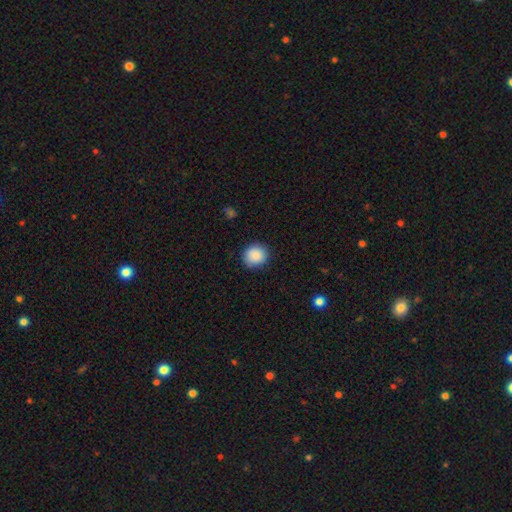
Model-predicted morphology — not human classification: smooth_or_featured: smooth (p=0.89) [alt: star or artifact p=0.08]
how_rounded: round (p=0.88) [alt: in between p=0.12]
merging: none (p=0.88) [alt: minor disturbance p=0.09]